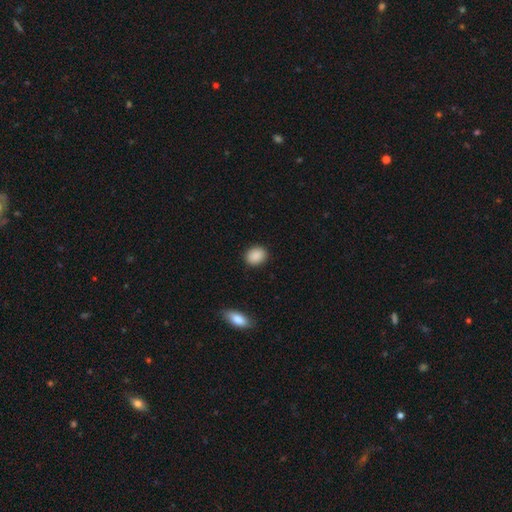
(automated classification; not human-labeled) Smooth or featured? Predicted: smooth (p=0.89). How rounded? Predicted: in between (p=0.54). Merging? Predicted: none (p=0.89).